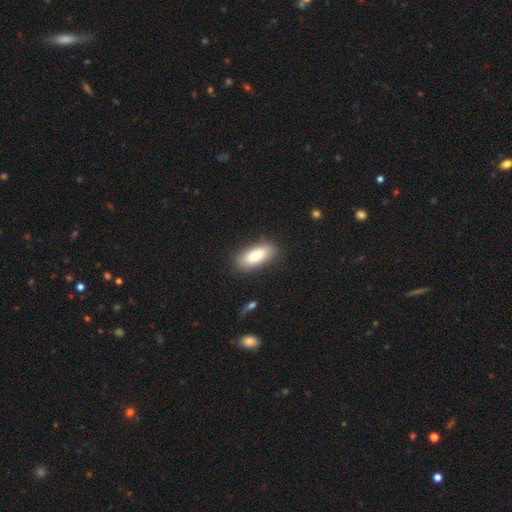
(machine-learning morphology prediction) smooth-or-featured: smooth: 81% | featured or disk: 12% | star or artifact: 6%
  how-rounded: in between: 84% | cigar-shaped: 14% | round: 2%
  merging: none: 86% | minor disturbance: 10% | major disturbance: 3% | merger: 2%